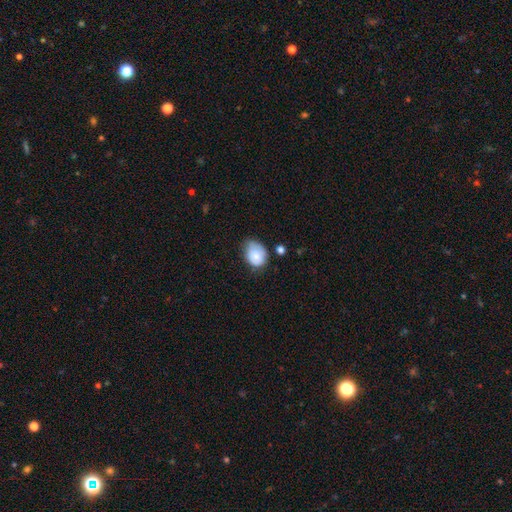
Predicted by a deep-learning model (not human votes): This is clearly a smooth galaxy (80%). How rounded: possibly in between (56%). Merging: marginally none (43%).